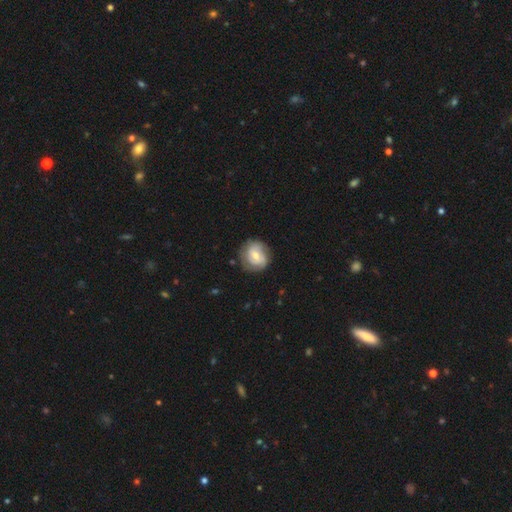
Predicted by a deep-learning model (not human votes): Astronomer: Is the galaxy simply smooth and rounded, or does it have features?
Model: featured or disk — 65%.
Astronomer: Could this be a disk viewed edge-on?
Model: no — 97%.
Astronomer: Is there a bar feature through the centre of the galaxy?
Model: weak — 45% (runner-up: no, 42%).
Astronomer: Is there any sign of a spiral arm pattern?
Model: yes — 88%.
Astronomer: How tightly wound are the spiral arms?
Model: tight — 55% (runner-up: medium, 33%).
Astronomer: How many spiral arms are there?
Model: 2 — 49% (runner-up: can't tell, 26%).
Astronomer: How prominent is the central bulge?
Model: moderate — 54% (runner-up: small, 40%).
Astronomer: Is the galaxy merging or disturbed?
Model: none — 76%.